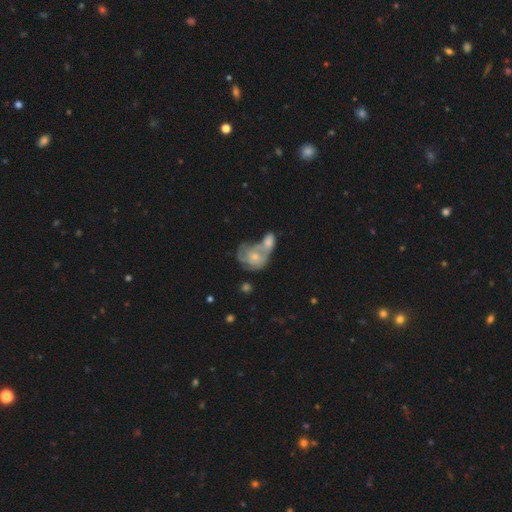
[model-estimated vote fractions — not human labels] Overall: featured or disk (61%; smooth 31%). Edge-on disk: no (97%). Bar: no (74%). Spiral arms: yes (76%). Bulge size: small (53%; moderate 39%). Merging: merger (64%).